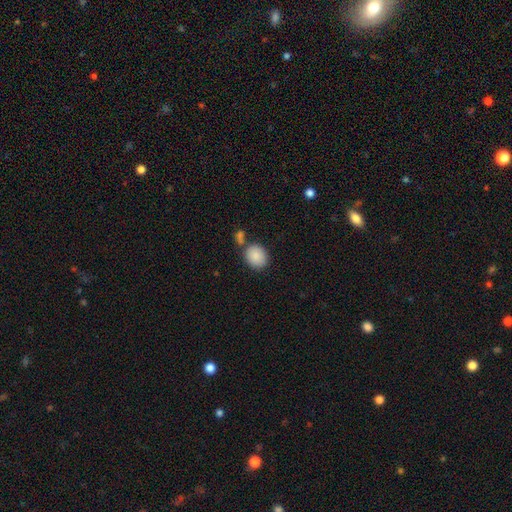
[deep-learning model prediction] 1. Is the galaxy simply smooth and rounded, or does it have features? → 88% smooth, 7% star or artifact, 5% featured or disk.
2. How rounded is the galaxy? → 59% round, 40% in between, 1% cigar-shaped.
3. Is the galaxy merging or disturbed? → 69% none, 14% merger, 13% minor disturbance, 4% major disturbance.